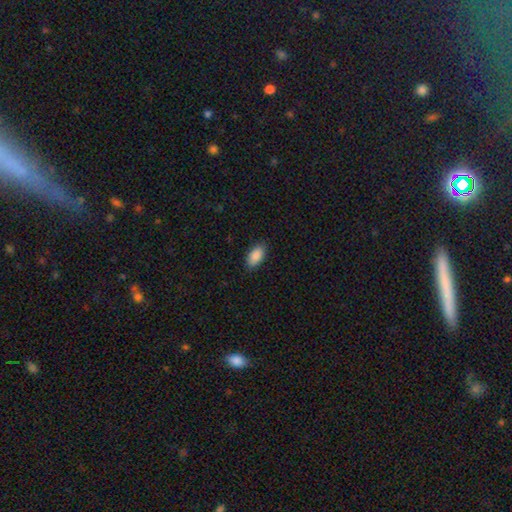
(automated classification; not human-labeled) Smooth or featured? Predicted: smooth (p=0.90). How rounded? Predicted: in between (p=0.94). Merging? Predicted: none (p=0.87).